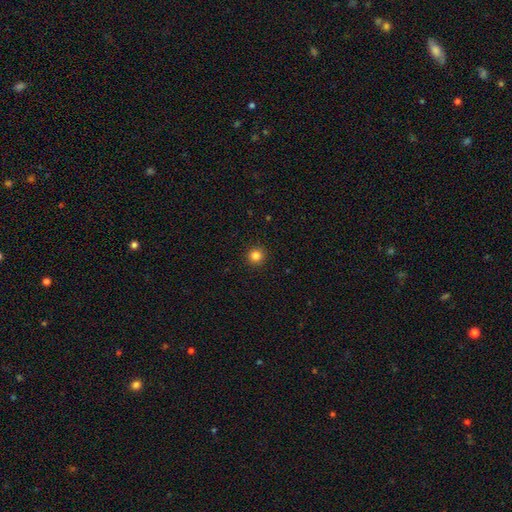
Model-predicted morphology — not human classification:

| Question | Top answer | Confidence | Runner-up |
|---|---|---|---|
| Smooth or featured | smooth | 84% | star or artifact (12%) |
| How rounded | round | 95% | in between (4%) |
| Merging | none | 93% | minor disturbance (4%) |